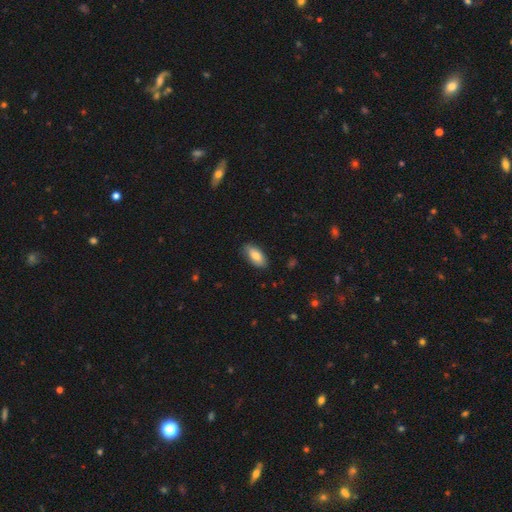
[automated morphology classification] smooth 80%, featured or disk 14%, star or artifact 6%. Down the decision tree: how rounded — in between (89%); merging — none (85%).